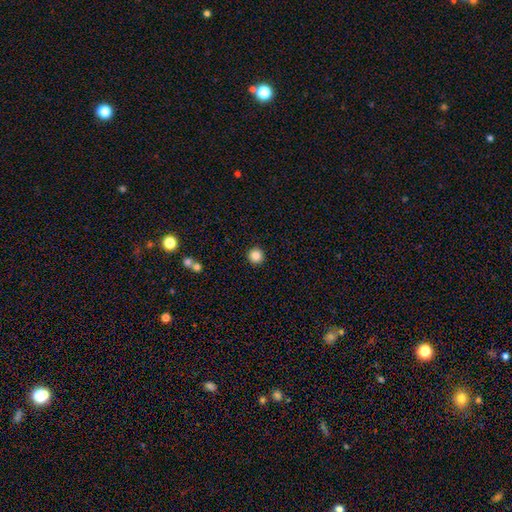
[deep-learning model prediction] Q: Smooth or featured?
A: smooth (86%); runner-up: star or artifact (10%)
Q: How rounded?
A: round (95%); runner-up: in between (4%)
Q: Merging?
A: none (93%); runner-up: minor disturbance (4%)